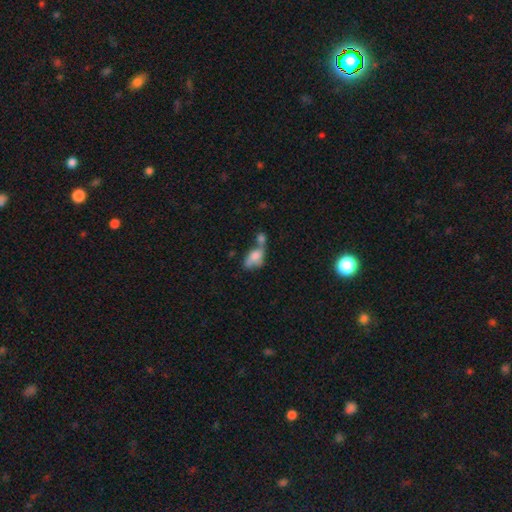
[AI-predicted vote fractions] A smooth galaxy with no disk features (63%) that is in between round and cigar-shaped (83%). Merging: merger (57%).